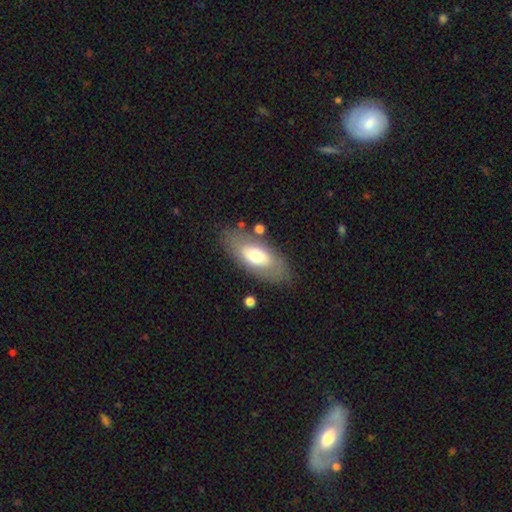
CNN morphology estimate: smooth_or_featured: smooth (p=0.58) [alt: featured or disk p=0.35]
how_rounded: in between (p=0.86) [alt: cigar-shaped p=0.11]
merging: none (p=0.77) [alt: minor disturbance p=0.14]